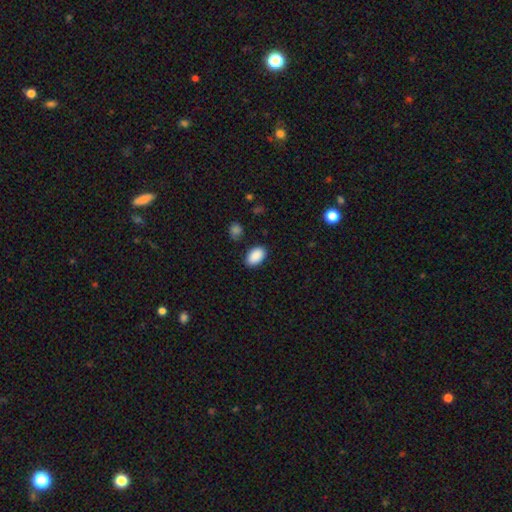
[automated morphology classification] A smooth galaxy with no disk features (90%) that is in between round and cigar-shaped (92%). Merging: none (86%).